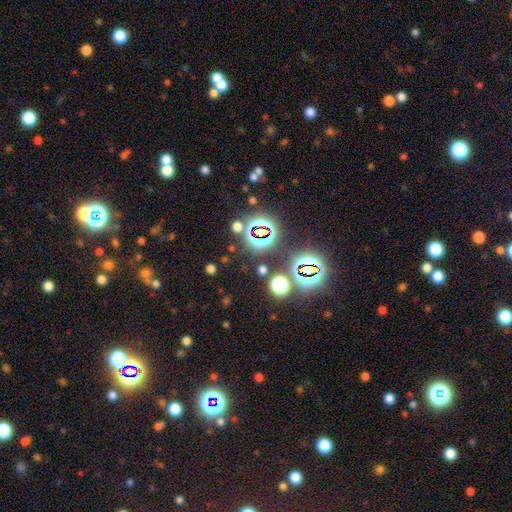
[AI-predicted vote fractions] Q: Smooth or featured?
A: star or artifact (78%); runner-up: smooth (14%)